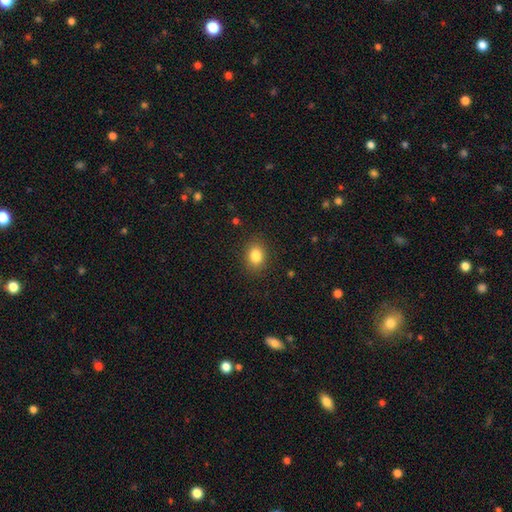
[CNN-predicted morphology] smooth_or_featured: smooth (p=0.84) [alt: star or artifact p=0.10]
how_rounded: in between (p=0.56) [alt: round p=0.43]
merging: none (p=0.87) [alt: minor disturbance p=0.09]